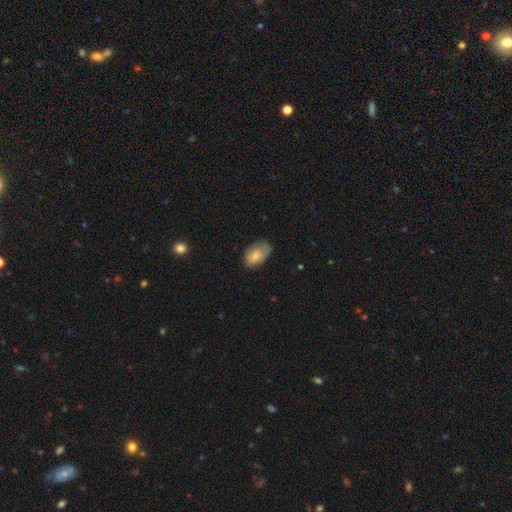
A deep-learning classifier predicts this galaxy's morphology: The model was most divided on "merging": none: 59%, minor disturbance: 31%, major disturbance: 9%, merger: 2%. More confident: how rounded — in between (90%); smooth or featured — smooth (75%).